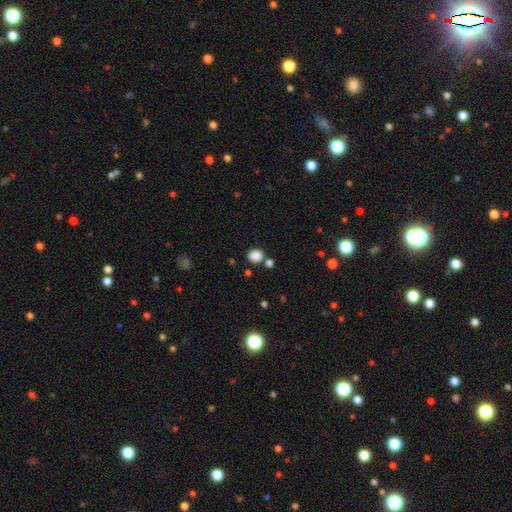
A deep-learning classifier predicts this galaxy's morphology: Smooth or featured? Predicted: smooth (p=0.86). How rounded? Predicted: round (p=0.53). Merging? Predicted: none (p=0.75).